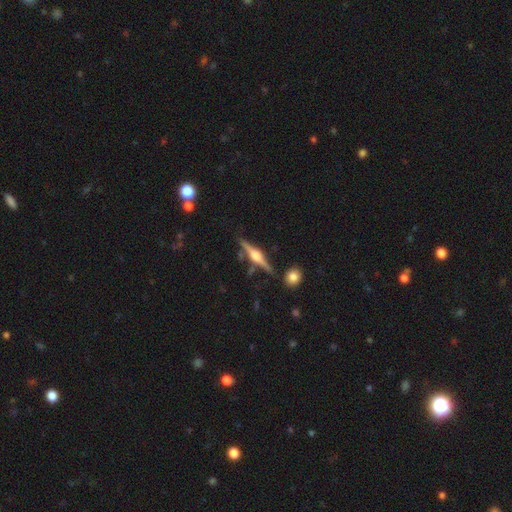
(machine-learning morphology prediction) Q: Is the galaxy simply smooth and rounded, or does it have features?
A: featured or disk — 82%.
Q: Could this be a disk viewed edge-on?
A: yes — 98%.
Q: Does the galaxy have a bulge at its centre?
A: rounded — 91%.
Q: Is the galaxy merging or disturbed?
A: none — 83%.